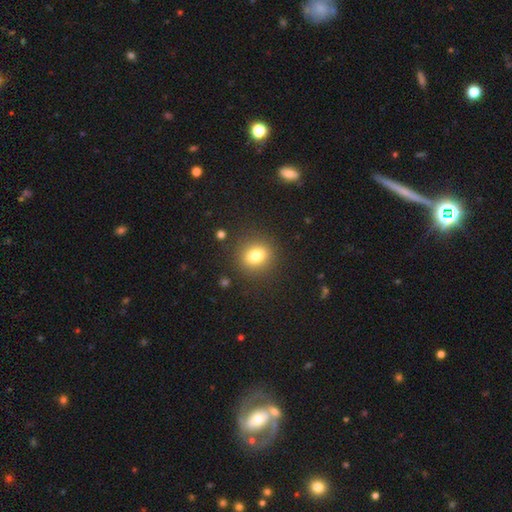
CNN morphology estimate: smooth_or_featured: smooth (p=0.79) [alt: star or artifact p=0.12]
how_rounded: round (p=0.69) [alt: in between p=0.30]
merging: none (p=0.87) [alt: minor disturbance p=0.08]